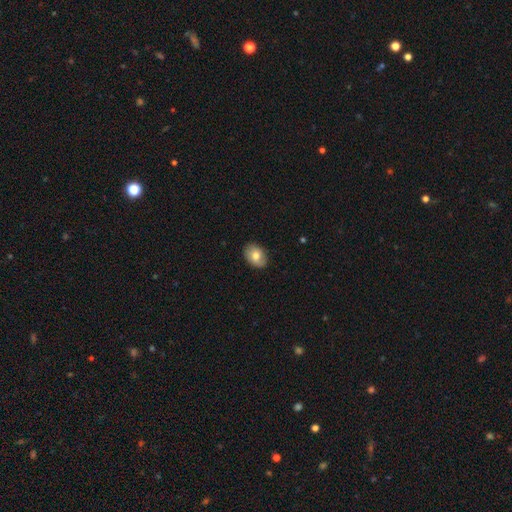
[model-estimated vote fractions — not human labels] Smooth or featured: smooth — 75% (featured or disk — 17%)
How rounded: in between — 79% (round — 19%)
Merging: none — 87% (minor disturbance — 10%)